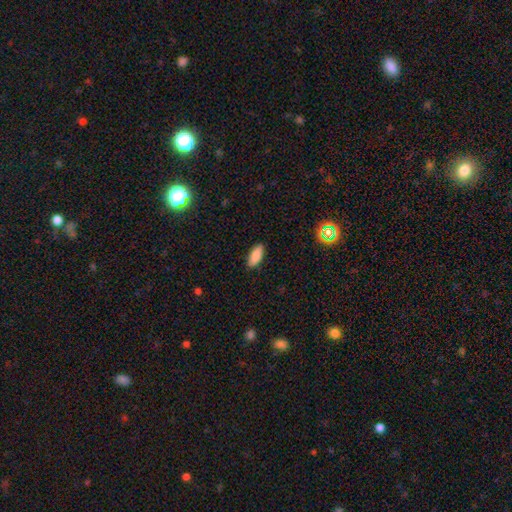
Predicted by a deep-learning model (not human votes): smooth 87%, star or artifact 8%, featured or disk 6%. Down the decision tree: how rounded — in between (80%); merging — none (88%).